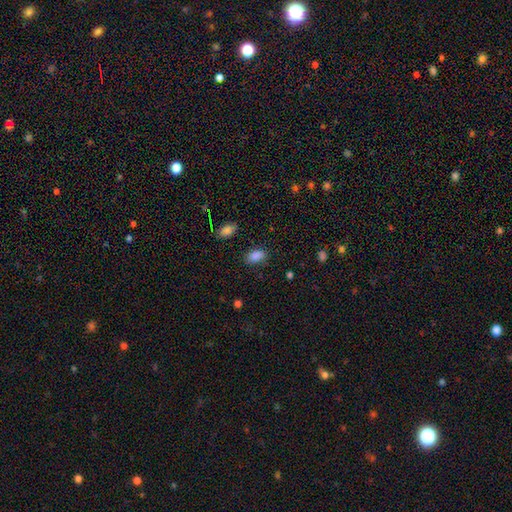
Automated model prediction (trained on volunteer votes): A smooth galaxy with no disk features (85%) that is in between round and cigar-shaped (90%). Merging: none (81%).